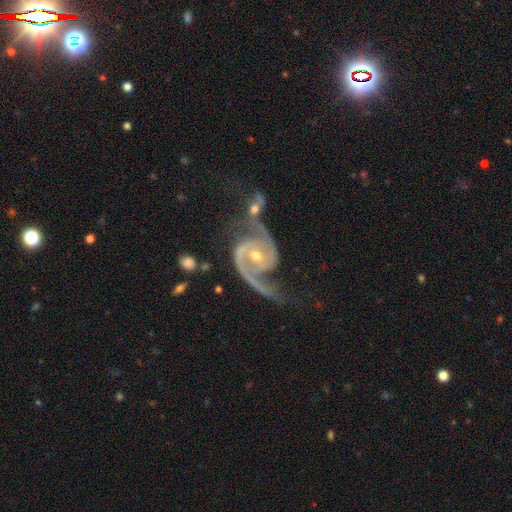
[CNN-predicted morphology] smooth-or-featured: featured or disk: 93% | star or artifact: 5% | smooth: 3%
  disk-edge-on: no: 98% | yes: 2%
    bar: no: 50% | weak: 33% | strong: 17%
    has-spiral-arms: yes: 98% | no: 2%
      spiral-winding: medium: 54% | tight: 23% | loose: 23%
      spiral-arm-count: 2: 90% | 1: 3% | 3: 3% | can't tell: 2% | 4: 1% | more than 4: 1%
    bulge-size: moderate: 49% | small: 48% | large: 2% | none: 1% | dominant: 1%
  merging: none: 47% | minor disturbance: 21% | major disturbance: 18% | merger: 13%